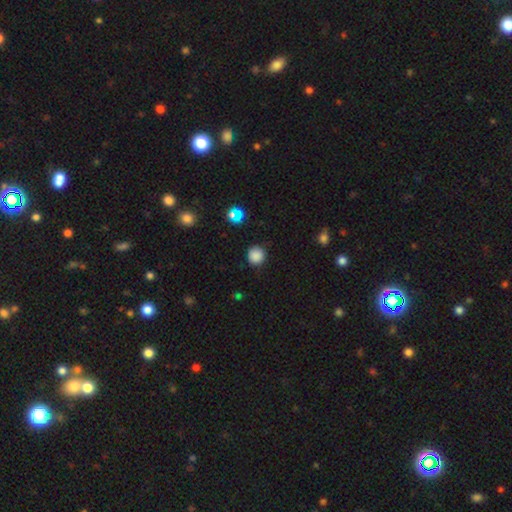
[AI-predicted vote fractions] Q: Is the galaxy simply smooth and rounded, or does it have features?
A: smooth — 85%.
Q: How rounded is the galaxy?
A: round — 93%.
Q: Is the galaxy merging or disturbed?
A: none — 87%.